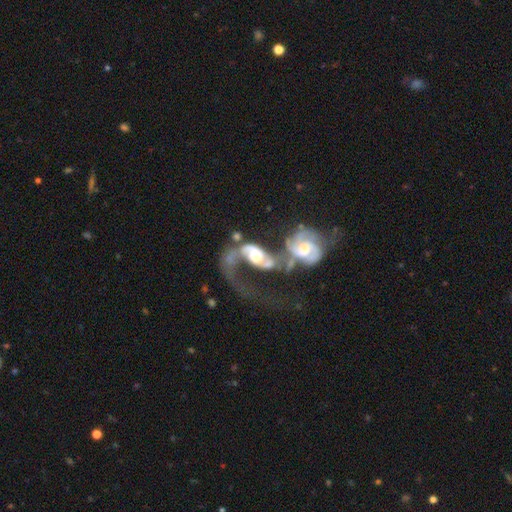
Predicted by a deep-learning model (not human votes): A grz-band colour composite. It shows a featured or disk galaxy (80%) with no bar (52%), 2 (59%) loose (45%) spiral arms (91%) and a moderate central bulge (59%). Merging: merger (71%).